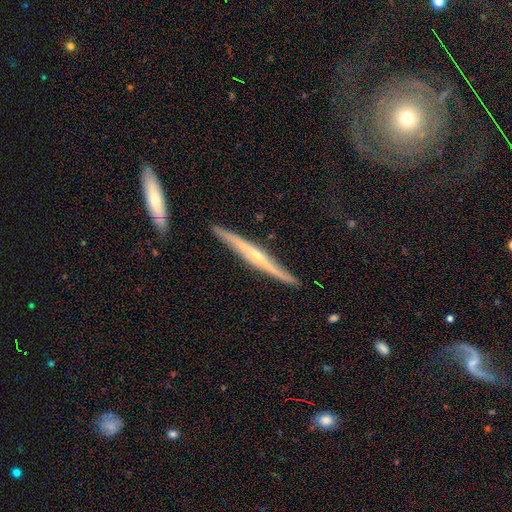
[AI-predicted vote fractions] This is likely a featured or disk galaxy (78%). It is clearly viewed edge-on (95%). Edge-on bulge: likely rounded (77%). Merging: clearly none (85%).